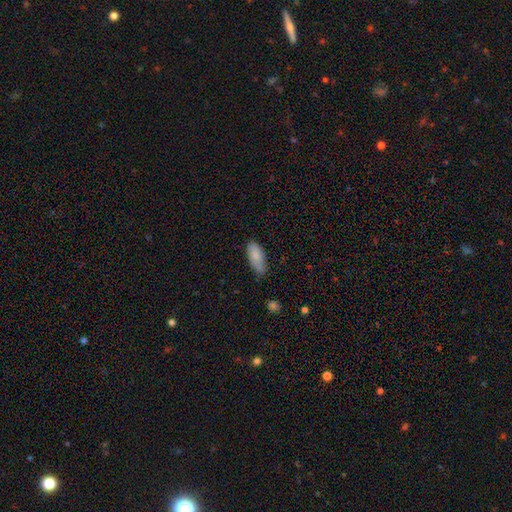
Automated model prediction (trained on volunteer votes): Morphology: type=smooth (84%); roundness=in between (84%); merging=none (60%).